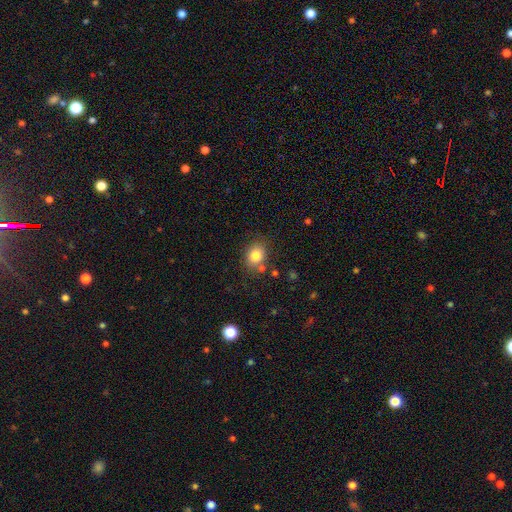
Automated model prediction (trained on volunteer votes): smooth_or_featured: smooth (p=0.82) [alt: star or artifact p=0.10]
how_rounded: round (p=0.55) [alt: in between p=0.44]
merging: none (p=0.77) [alt: minor disturbance p=0.13]